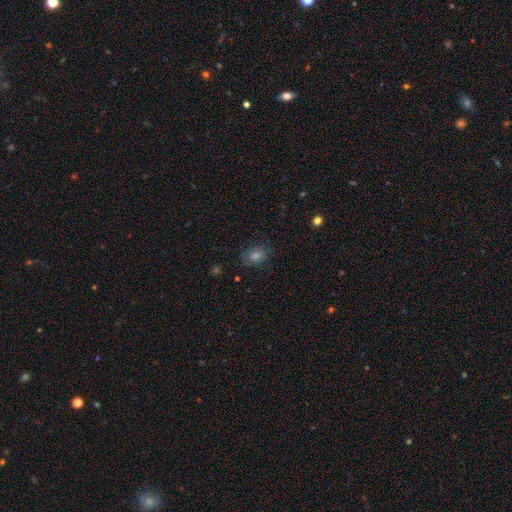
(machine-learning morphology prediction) This appears to be a smooth galaxy with no disk features (57%) that is in between round and cigar-shaped (59%). Merging: none (81%).